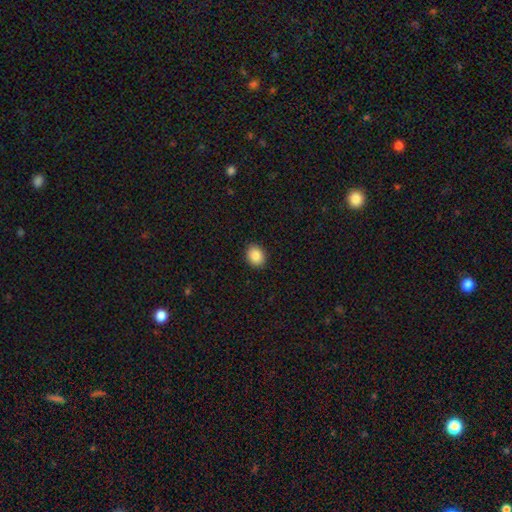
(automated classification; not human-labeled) Q: Smooth or featured?
A: smooth (87%); runner-up: star or artifact (8%)
Q: How rounded?
A: round (58%); runner-up: in between (41%)
Q: Merging?
A: none (91%); runner-up: minor disturbance (6%)